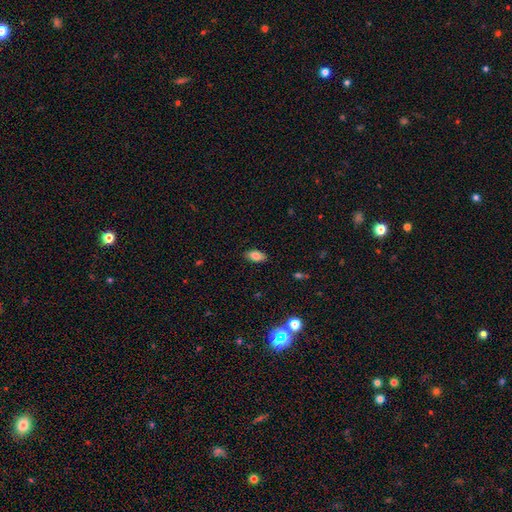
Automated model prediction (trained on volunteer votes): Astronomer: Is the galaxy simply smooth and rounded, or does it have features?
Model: smooth — 83%.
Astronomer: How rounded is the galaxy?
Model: in between — 90%.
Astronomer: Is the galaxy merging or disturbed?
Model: none — 87%.